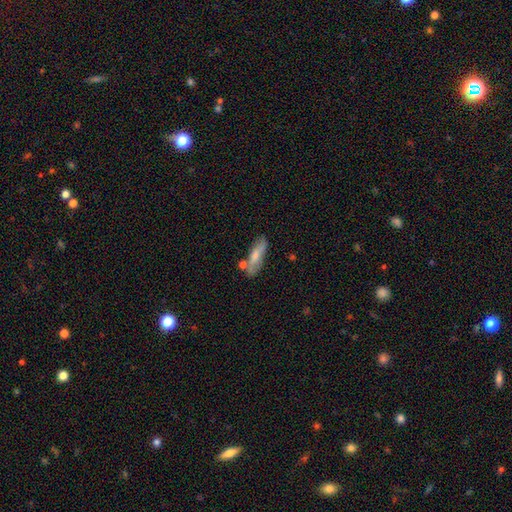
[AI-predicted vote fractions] Smooth or featured? smooth (67%)
How rounded? cigar-shaped (53%)
Merging? none (61%)